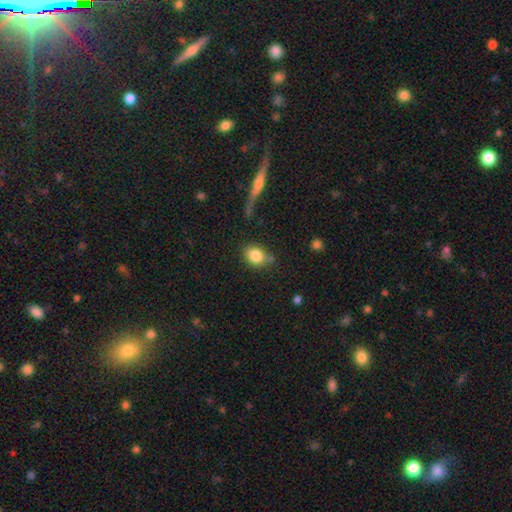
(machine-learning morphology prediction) Smooth or featured: smooth — 84% (star or artifact — 9%)
How rounded: in between — 52% (round — 47%)
Merging: none — 70% (minor disturbance — 16%)